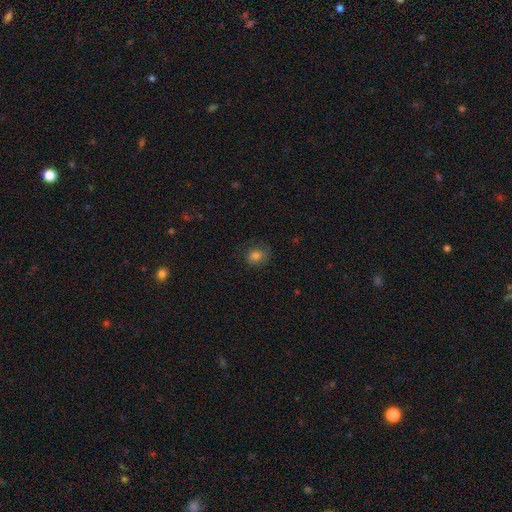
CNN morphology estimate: Smooth or featured? smooth (80%)
How rounded? round (58%)
Merging? none (73%)